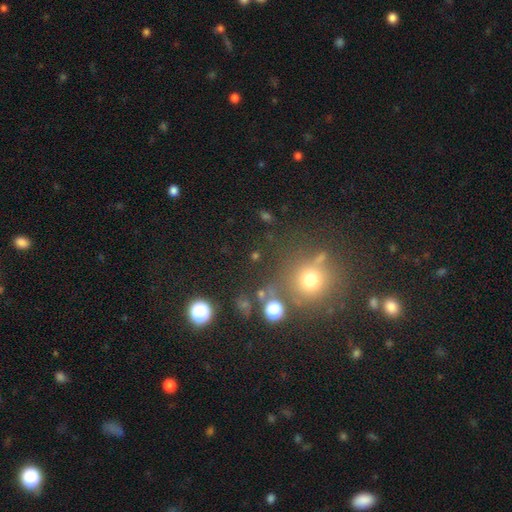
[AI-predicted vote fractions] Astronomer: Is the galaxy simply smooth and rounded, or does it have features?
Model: smooth — 53% (runner-up: star or artifact, 37%).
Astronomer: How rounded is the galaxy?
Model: round — 84%.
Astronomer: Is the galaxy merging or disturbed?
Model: none — 76%.